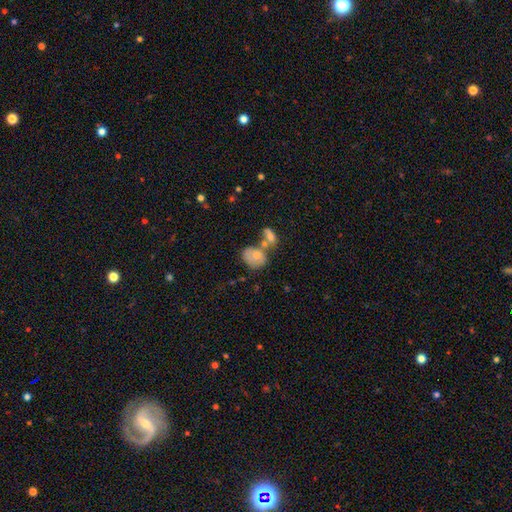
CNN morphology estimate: Smooth or featured: smooth — 69% (featured or disk — 23%)
How rounded: in between — 56% (round — 43%)
Merging: merger — 43% (none — 34%)